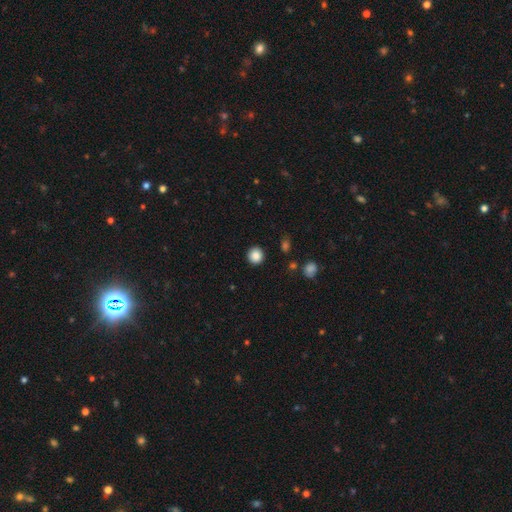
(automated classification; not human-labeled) Q: Smooth or featured?
A: smooth (86%); runner-up: star or artifact (10%)
Q: How rounded?
A: round (93%); runner-up: in between (6%)
Q: Merging?
A: none (91%); runner-up: minor disturbance (5%)